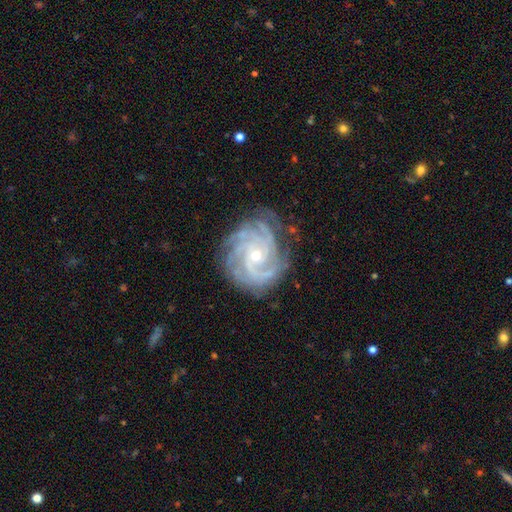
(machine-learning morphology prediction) Overall: featured or disk (91%). Edge-on disk: no (97%). Bar: no (68%). Spiral arms: yes (98%). Spiral arm count: 4 (34%; 3 18%). Spiral winding: tight (72%). Bulge size: small (66%; moderate 32%). Merging: none (77%).